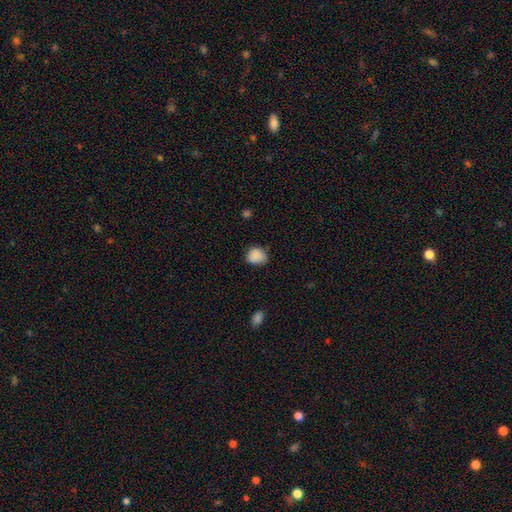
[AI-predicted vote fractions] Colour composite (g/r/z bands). It shows a smooth galaxy with no disk features (86%) that is round (61%). Merging: none (67%).